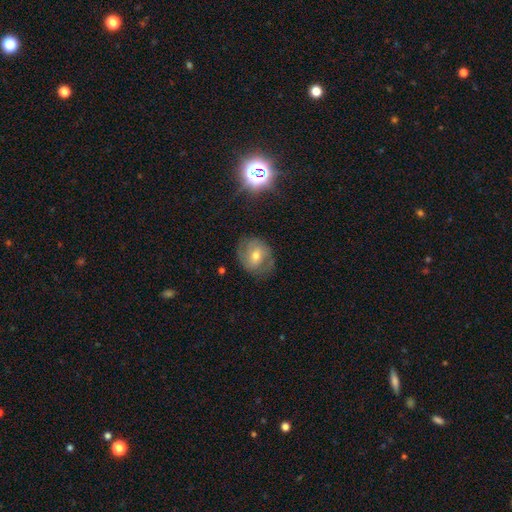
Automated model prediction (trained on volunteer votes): A featured or disk galaxy (52%). Merging: none (70%).